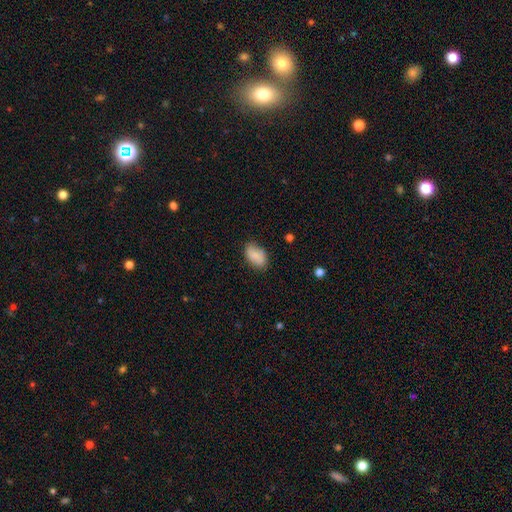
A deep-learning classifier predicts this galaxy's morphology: smooth_or_featured: smooth (p=0.84) [alt: featured or disk p=0.08]
how_rounded: in between (p=0.91) [alt: round p=0.07]
merging: none (p=0.75) [alt: minor disturbance p=0.20]